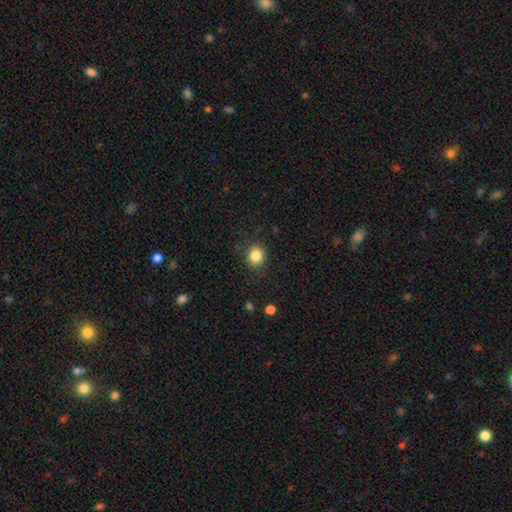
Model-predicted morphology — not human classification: smooth 85%, star or artifact 10%, featured or disk 5%. Down the decision tree: how rounded — round (74%); merging — none (87%).